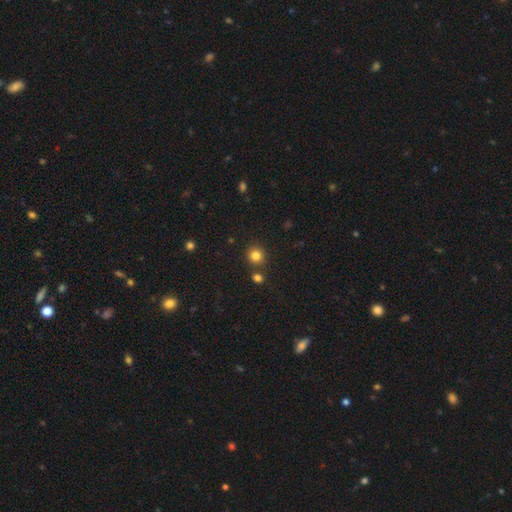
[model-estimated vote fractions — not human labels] smooth 82%, star or artifact 13%, featured or disk 5%. Down the decision tree: how rounded — round (90%); merging — none (82%).